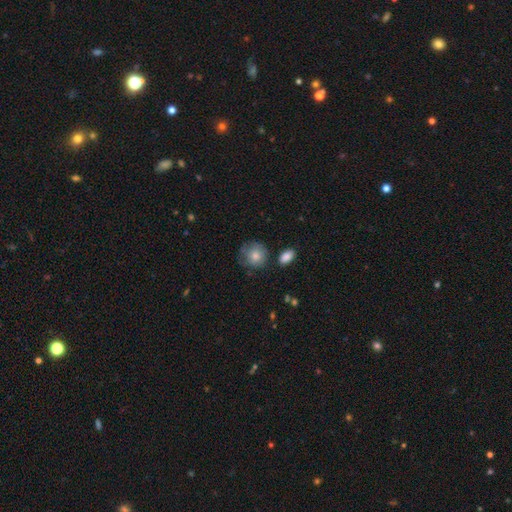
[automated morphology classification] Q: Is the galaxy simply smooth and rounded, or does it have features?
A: smooth — 74%.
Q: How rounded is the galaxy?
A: round — 86%.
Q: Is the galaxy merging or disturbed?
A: none — 65%.